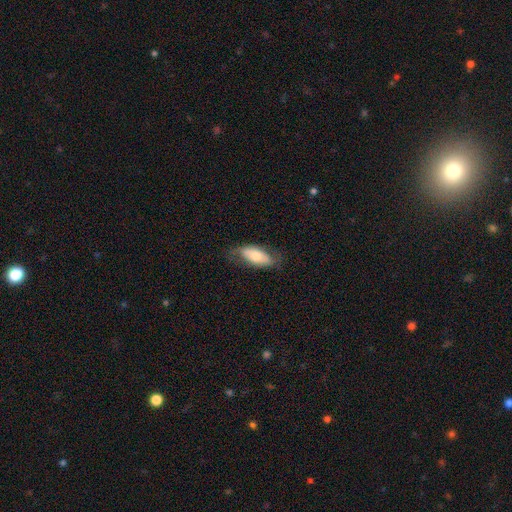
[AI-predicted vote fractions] Smooth or featured?
  - smooth: 67% *
  - featured or disk: 27%
  - star or artifact: 6%
How rounded?
  - in between: 85% *
  - cigar-shaped: 12%
  - round: 3%
Merging?
  - none: 69% *
  - minor disturbance: 23%
  - major disturbance: 8%
  - merger: 1%